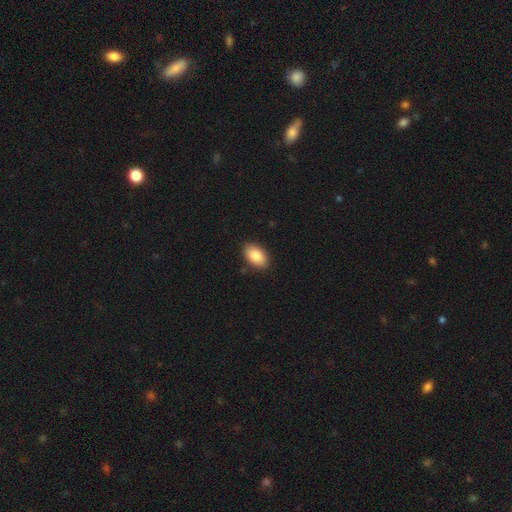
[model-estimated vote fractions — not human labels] Smooth or featured? Predicted: smooth (p=0.86). How rounded? Predicted: in between (p=0.93). Merging? Predicted: none (p=0.88).